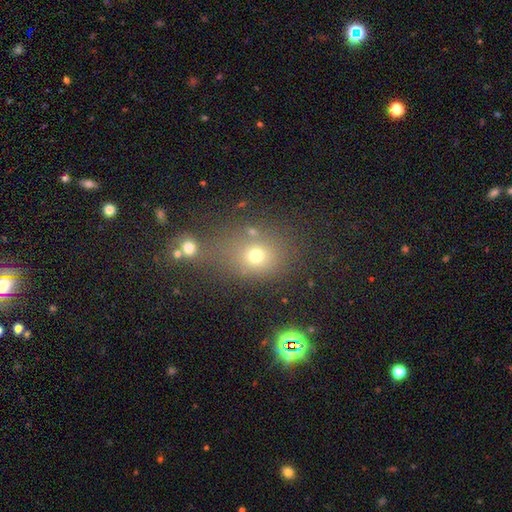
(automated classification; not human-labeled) Morphology: type=smooth (69%); roundness=round (62%); merging=none (50%).